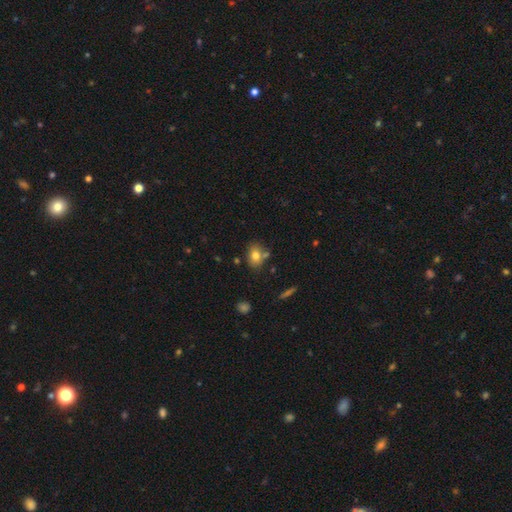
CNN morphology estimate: smooth-or-featured: smooth: 76% | featured or disk: 14% | star or artifact: 11%
  how-rounded: in between: 66% | round: 33% | cigar-shaped: 1%
  merging: none: 69% | merger: 14% | minor disturbance: 14% | major disturbance: 3%